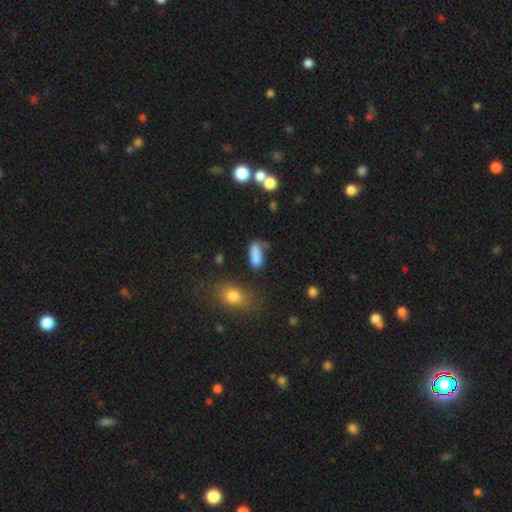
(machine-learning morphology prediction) Smooth or featured: smooth — 79% (star or artifact — 11%)
How rounded: in between — 73% (cigar-shaped — 21%)
Merging: none — 46% (merger — 22%)